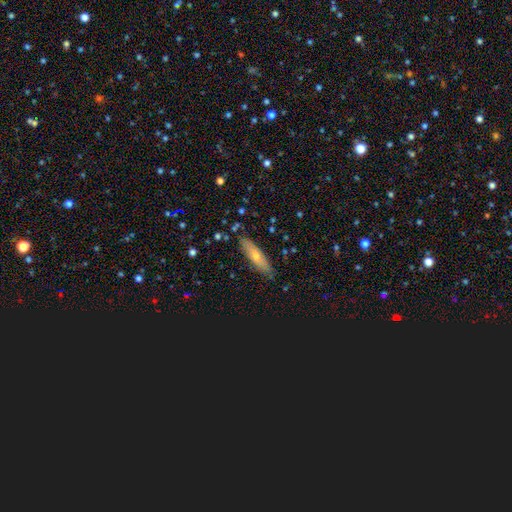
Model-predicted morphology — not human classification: A smooth galaxy with no disk features (51%) that is cigar-shaped (71%).

Vote fractions:
- Smooth or featured? smooth: 51% / featured or disk: 39% / star or artifact: 11%
- How rounded? cigar-shaped: 71% / in between: 26% / round: 3%
- Merging? none: 85% / minor disturbance: 11% / major disturbance: 2% / merger: 2%